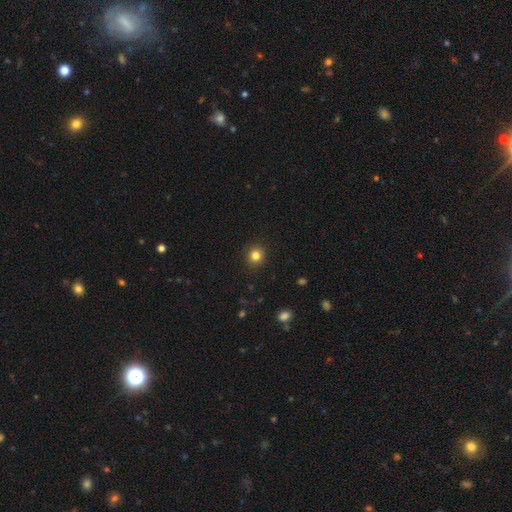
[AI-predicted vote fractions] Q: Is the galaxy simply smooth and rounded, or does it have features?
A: smooth — 83%.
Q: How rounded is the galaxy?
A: round — 90%.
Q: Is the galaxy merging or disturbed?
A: none — 91%.